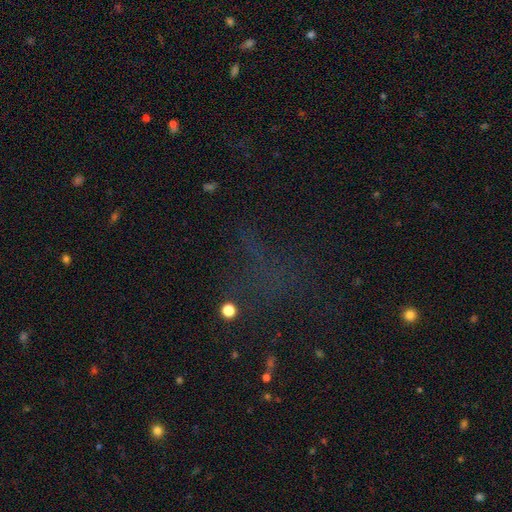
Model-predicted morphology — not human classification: Smooth or featured: star or artifact — 57% (smooth — 26%)